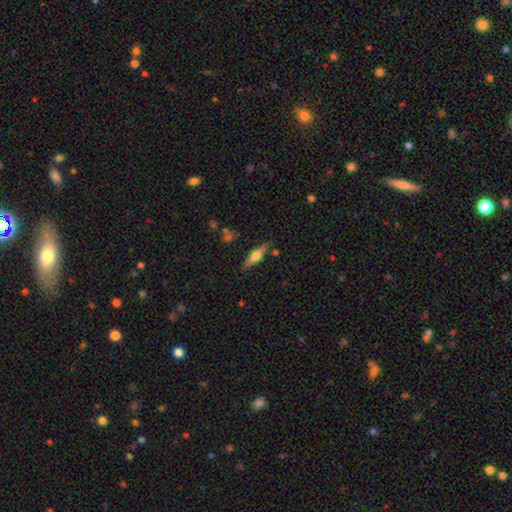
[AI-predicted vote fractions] Smooth or featured?
  - featured or disk: 56% *
  - smooth: 38%
  - star or artifact: 7%
Edge-on disk?
  - yes: 94% *
  - no: 6%
Edge-on bulge?
  - rounded: 92% *
  - boxy: 5%
  - none: 2%
Merging?
  - none: 83% *
  - minor disturbance: 11%
  - merger: 3%
  - major disturbance: 3%